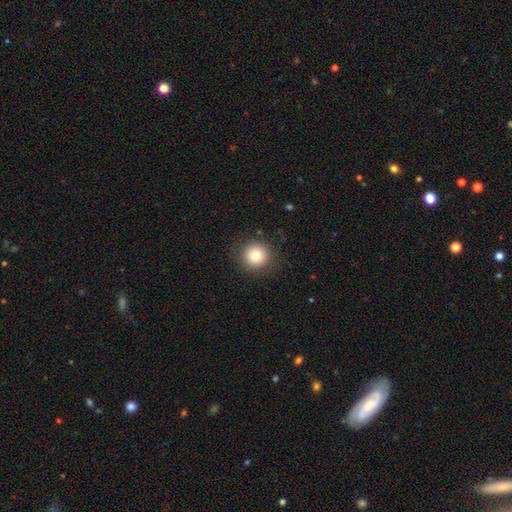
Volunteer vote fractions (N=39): smooth 72%, featured or disk 18%, star or artifact 10%. Down the decision tree: how rounded — round (89%); merging — none (83%).